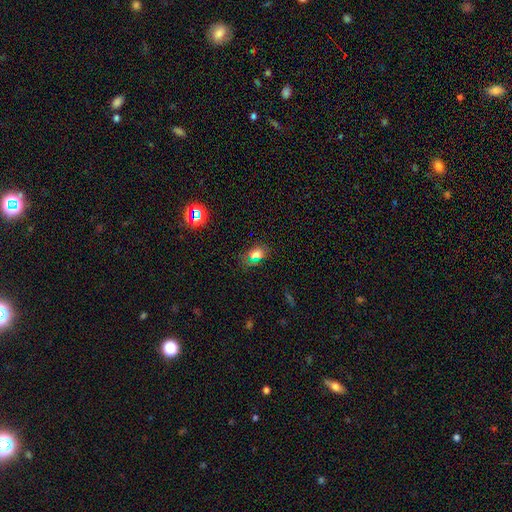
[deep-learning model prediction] Morphology: type=smooth (61%); roundness=in between (79%); merging=none (74%).